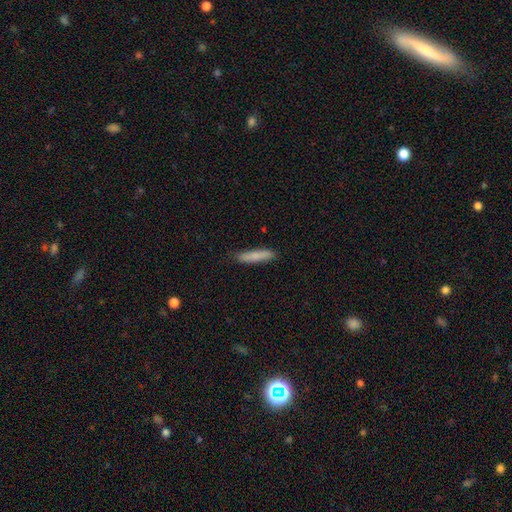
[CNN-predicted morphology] Smooth or featured? Predicted: smooth (p=0.81). How rounded? Predicted: cigar-shaped (p=0.86). Merging? Predicted: none (p=0.86).